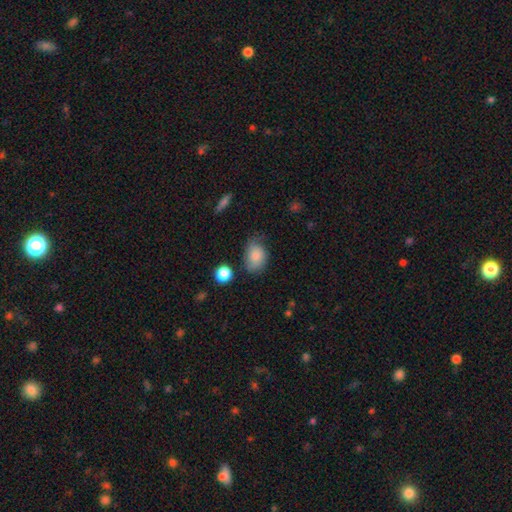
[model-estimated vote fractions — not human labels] The model was most divided on "merging": none: 51%, minor disturbance: 34%, major disturbance: 12%, merger: 3%. More confident: smooth or featured — smooth (79%); how rounded — in between (72%).